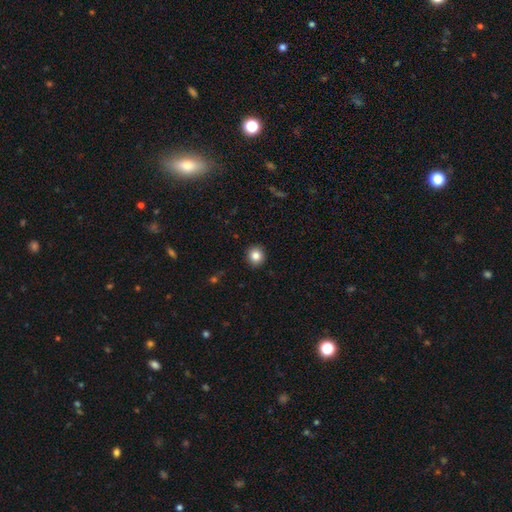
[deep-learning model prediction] Smooth or featured? smooth (84%)
How rounded? round (91%)
Merging? none (92%)